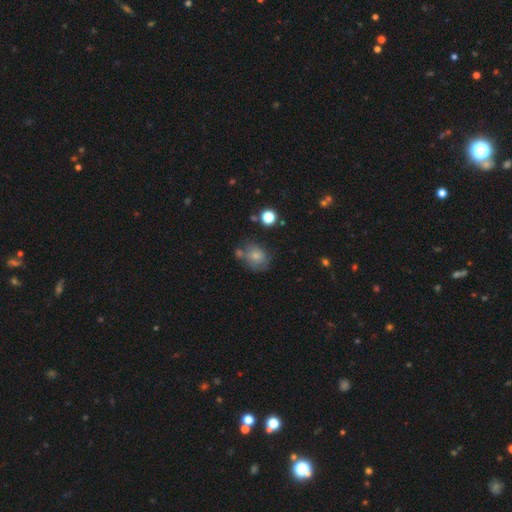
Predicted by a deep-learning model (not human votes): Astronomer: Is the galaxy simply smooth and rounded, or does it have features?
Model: smooth — 71%.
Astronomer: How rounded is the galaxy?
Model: round — 61% (runner-up: in between, 38%).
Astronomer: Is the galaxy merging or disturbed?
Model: none — 51%.